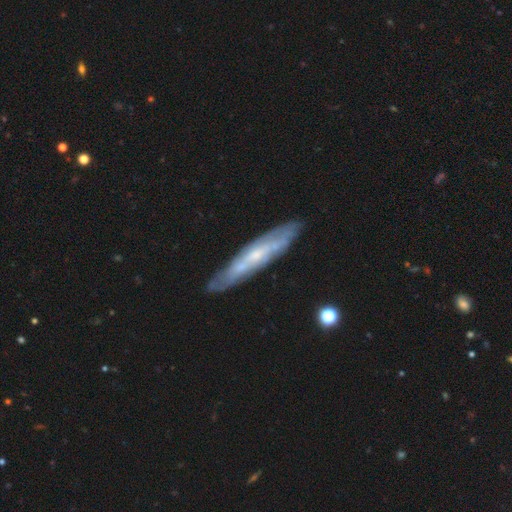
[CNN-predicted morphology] featured or disk 68%, smooth 26%, star or artifact 6%. Down the decision tree: edge-on disk — yes (60%); merging — none (83%).